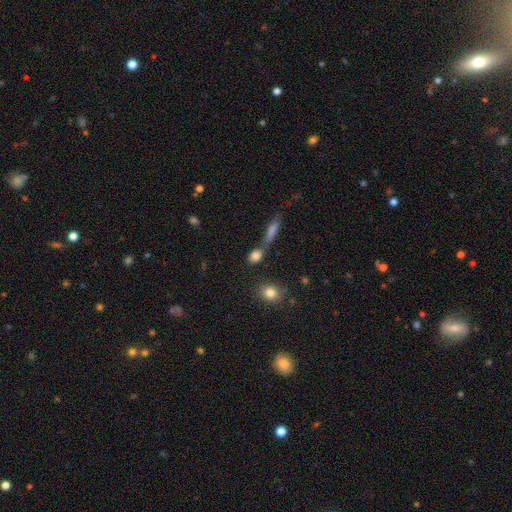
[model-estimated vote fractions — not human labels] The model was most divided on "merging": none: 53%, merger: 30%, minor disturbance: 11%, major disturbance: 5%. More confident: smooth or featured — smooth (81%); how rounded — in between (57%).